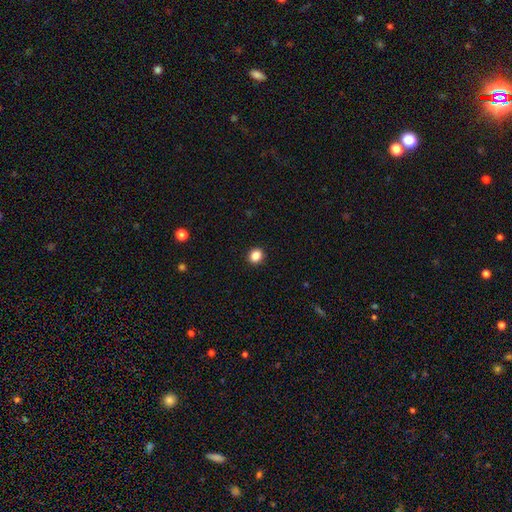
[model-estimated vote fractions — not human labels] A smooth galaxy with no disk features (86%) that is round (79%). Merging: none (93%).